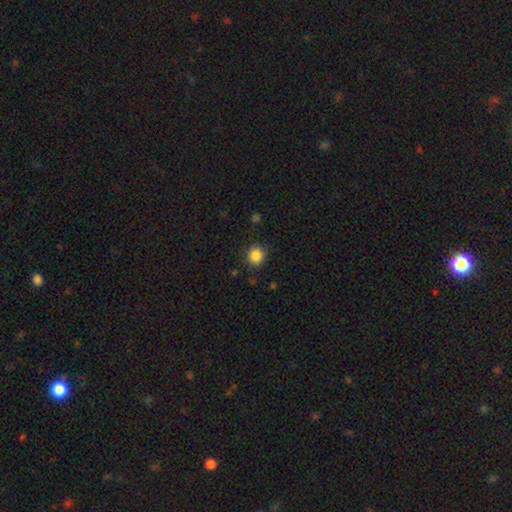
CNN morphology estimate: Smooth or featured? Predicted: smooth (p=0.86). How rounded? Predicted: round (p=0.88). Merging? Predicted: none (p=0.86).